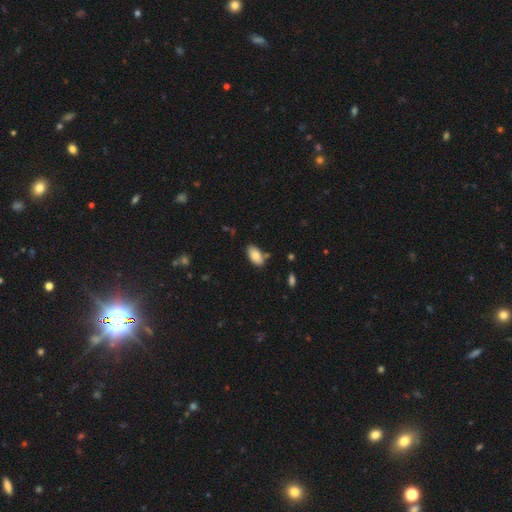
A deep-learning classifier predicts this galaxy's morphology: Smooth or featured? Predicted: smooth (p=0.83). How rounded? Predicted: in between (p=0.94). Merging? Predicted: none (p=0.77).